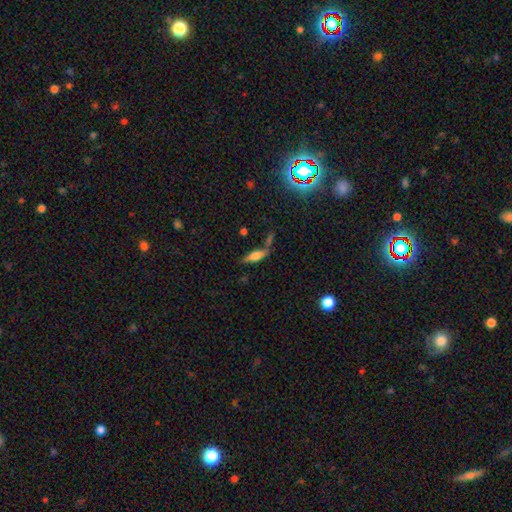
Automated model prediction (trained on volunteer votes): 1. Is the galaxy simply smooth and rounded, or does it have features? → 59% smooth, 31% featured or disk, 10% star or artifact.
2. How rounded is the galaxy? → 49% in between, 48% cigar-shaped, 3% round.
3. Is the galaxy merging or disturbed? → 51% none, 20% merger, 19% minor disturbance, 9% major disturbance.